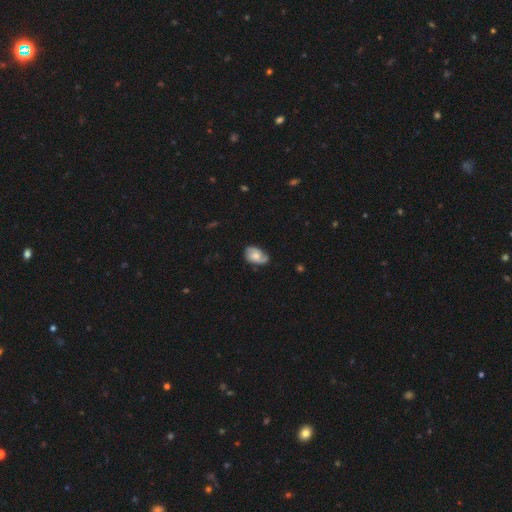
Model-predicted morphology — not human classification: Smooth or featured: featured or disk — 53% (smooth — 39%)
Edge-on disk: no — 96% (yes — 4%)
Bar: no — 70% (weak — 26%)
Spiral arms: yes — 86% (no — 14%)
Bulge size: moderate — 50% (small — 33%)
Merging: none — 58% (minor disturbance — 30%)